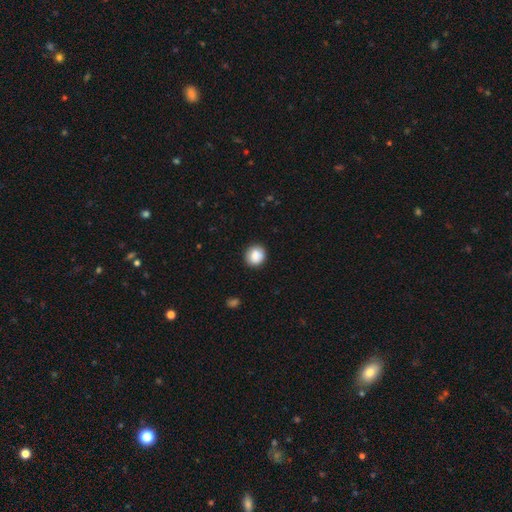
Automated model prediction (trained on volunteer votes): The model was most divided on "how rounded": round: 85%, in between: 14%, cigar-shaped: 1%. More confident: merging — none (88%); smooth or featured — smooth (87%).